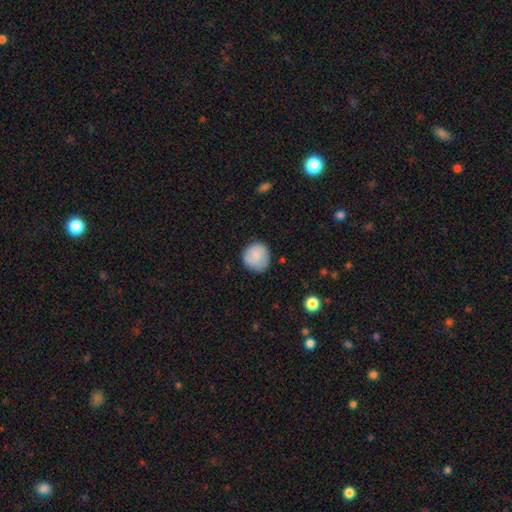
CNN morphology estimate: Smooth or featured: smooth — 84% (featured or disk — 9%)
How rounded: round — 92% (in between — 7%)
Merging: none — 81% (minor disturbance — 14%)